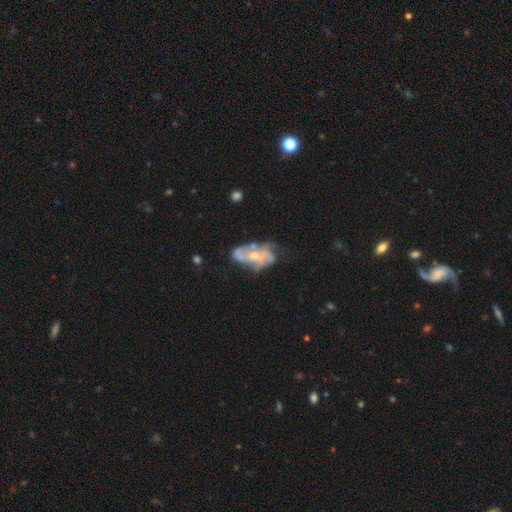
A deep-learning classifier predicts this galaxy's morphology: Smooth or featured? Predicted: featured or disk (p=0.76). Edge-on disk? Predicted: no (p=0.96). Bar? Predicted: no (p=0.73). Spiral arms? Predicted: yes (p=0.79). Spiral winding? Predicted: medium (p=0.43). Spiral arm count? Predicted: 2 (p=0.31). Bulge size? Predicted: moderate (p=0.49). Merging? Predicted: none (p=0.45).